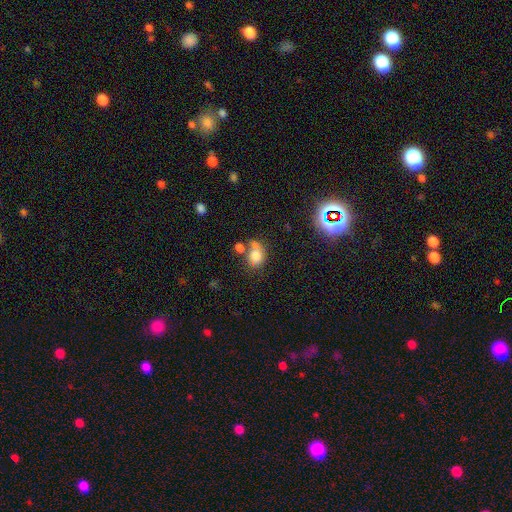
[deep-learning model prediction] Q: Smooth or featured?
A: smooth (75%); runner-up: star or artifact (13%)
Q: How rounded?
A: in between (50%); runner-up: round (49%)
Q: Merging?
A: none (41%); runner-up: merger (33%)